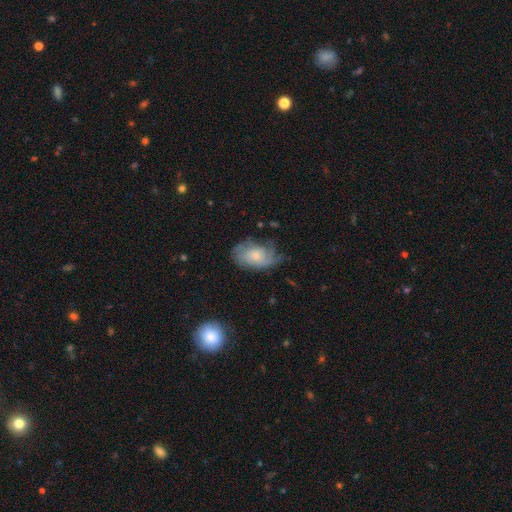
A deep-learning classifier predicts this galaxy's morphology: smooth-or-featured: featured or disk: 60% | smooth: 33% | star or artifact: 7%
  disk-edge-on: no: 96% | yes: 4%
    bar: no: 77% | weak: 20% | strong: 3%
    has-spiral-arms: yes: 84% | no: 16%
    bulge-size: small: 48% | moderate: 36% | large: 8% | none: 7% | dominant: 2%
  merging: none: 53% | minor disturbance: 28% | major disturbance: 17% | merger: 2%